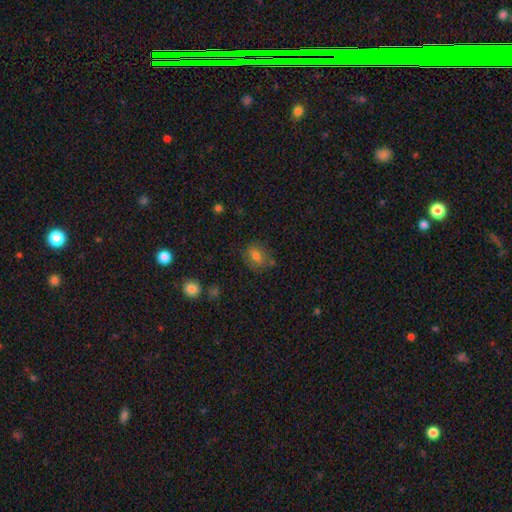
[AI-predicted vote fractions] Smooth or featured?
  - smooth: 75% *
  - featured or disk: 13%
  - star or artifact: 12%
How rounded?
  - in between: 61% *
  - round: 36%
  - cigar-shaped: 2%
Merging?
  - none: 72% *
  - minor disturbance: 18%
  - major disturbance: 6%
  - merger: 4%